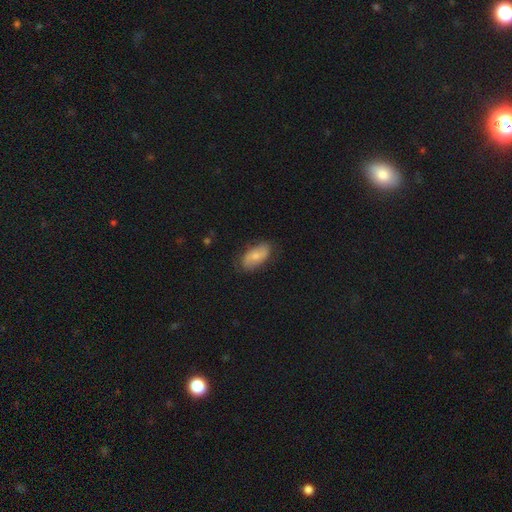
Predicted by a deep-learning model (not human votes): The model was most divided on "smooth or featured": smooth: 60%, featured or disk: 34%, star or artifact: 6%. More confident: how rounded — in between (91%); merging — none (76%).